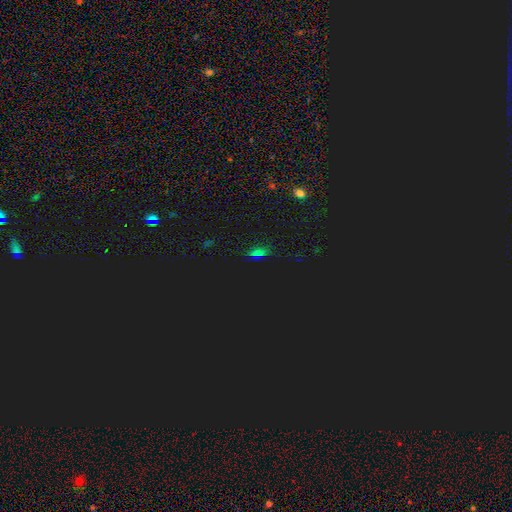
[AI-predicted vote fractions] A star or artifact, not a galaxy (51%).

Vote fractions:
- Smooth or featured? star or artifact: 51% / smooth: 40% / featured or disk: 9%